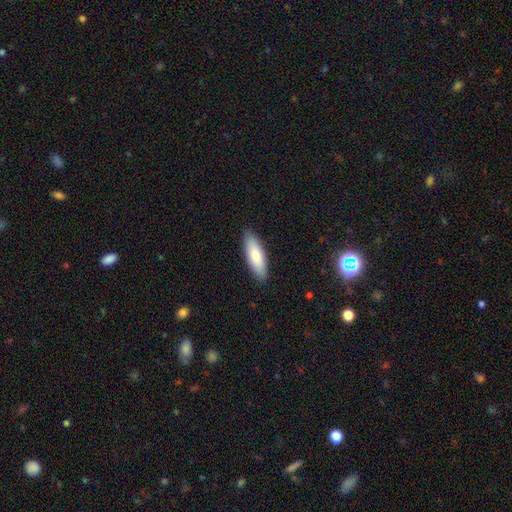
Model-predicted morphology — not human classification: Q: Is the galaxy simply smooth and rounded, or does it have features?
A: smooth — 75%.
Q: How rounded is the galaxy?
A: in between — 57%.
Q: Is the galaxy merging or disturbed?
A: none — 89%.